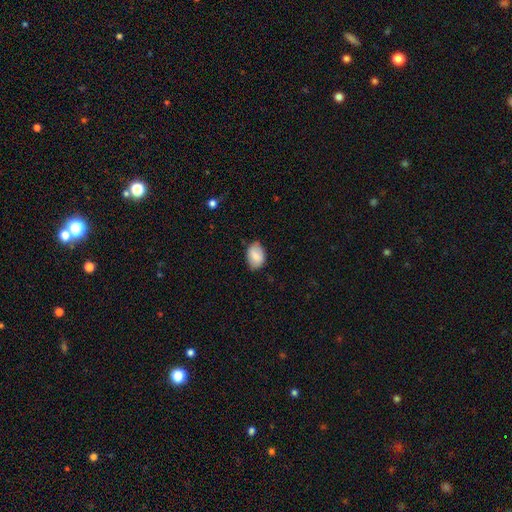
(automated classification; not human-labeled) Q: Smooth or featured?
A: smooth (80%); runner-up: featured or disk (13%)
Q: How rounded?
A: in between (84%); runner-up: round (15%)
Q: Merging?
A: none (77%); runner-up: minor disturbance (19%)